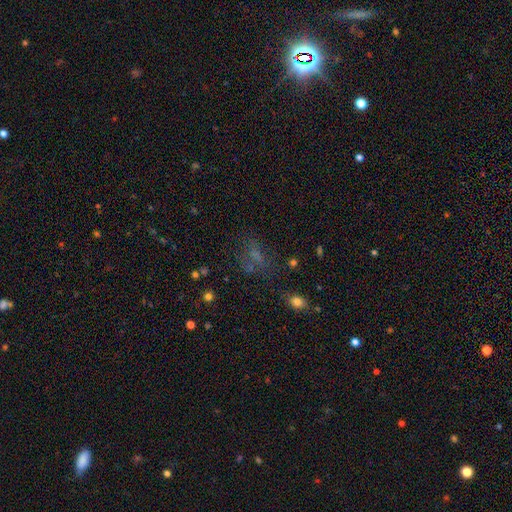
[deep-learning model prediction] Smooth or featured? Predicted: smooth (p=0.46). Merging? Predicted: none (p=0.52).